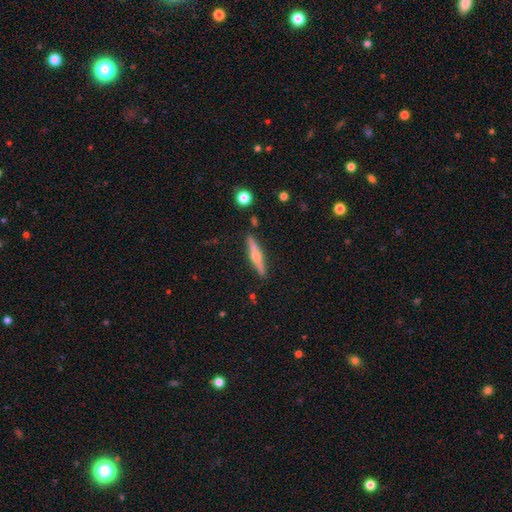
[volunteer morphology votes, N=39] A featured or disk galaxy (62%) viewed edge-on (96%) with a rounded central bulge (78%). Merging: none (83%).